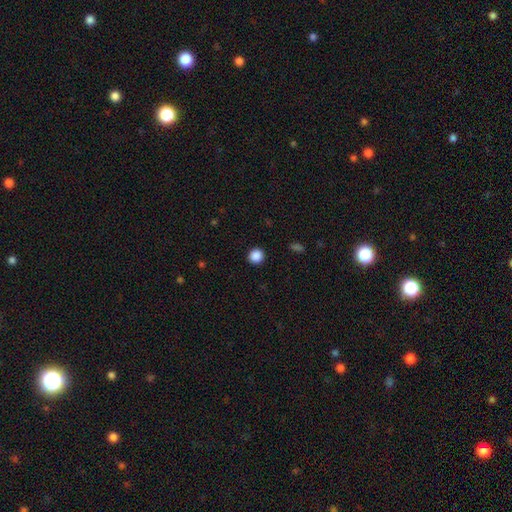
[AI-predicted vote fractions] The model was most divided on "smooth or featured": smooth: 88%, star or artifact: 10%, featured or disk: 2%. More confident: merging — none (93%); how rounded — round (92%).